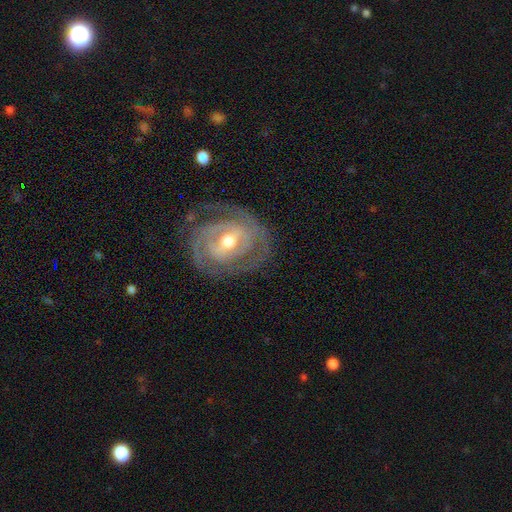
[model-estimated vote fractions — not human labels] The model was most divided on "bar": weak: 41%, strong: 32%, no: 27%. Remaining: edge-on disk — no (96%); spiral arms — yes (93%); smooth or featured — featured or disk (85%); merging — none (75%); spiral winding — tight (72%); bulge size — moderate (57%); spiral arm count — 2 (44%).